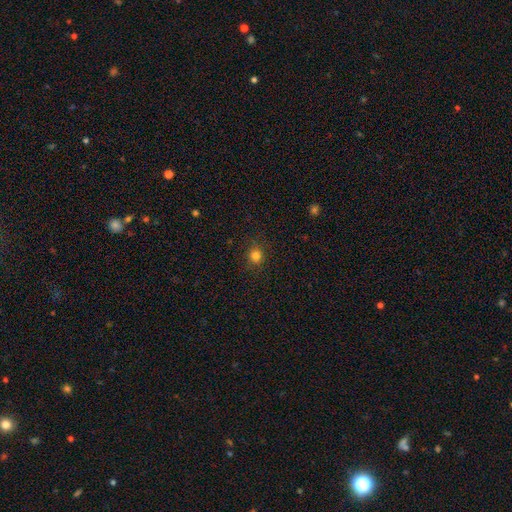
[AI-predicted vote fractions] smooth_or_featured: smooth (p=0.81) [alt: star or artifact p=0.14]
how_rounded: round (p=0.89) [alt: in between p=0.10]
merging: none (p=0.88) [alt: minor disturbance p=0.08]